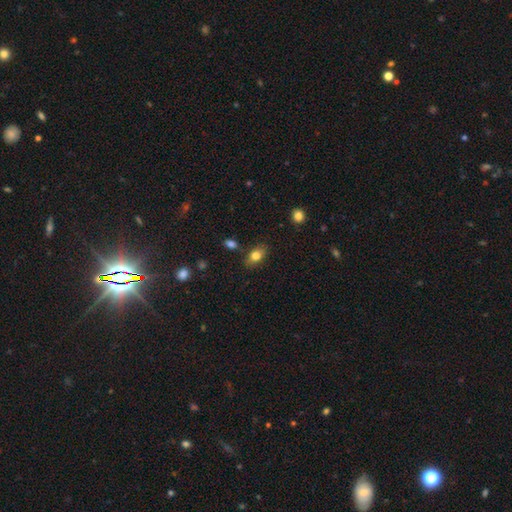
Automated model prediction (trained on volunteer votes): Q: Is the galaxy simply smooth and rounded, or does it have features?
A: smooth — 80%.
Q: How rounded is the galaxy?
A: in between — 83%.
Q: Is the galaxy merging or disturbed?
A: none — 80%.